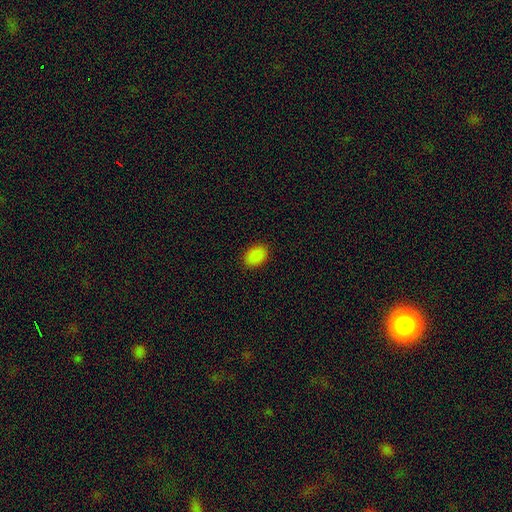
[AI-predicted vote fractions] Smooth or featured? Predicted: smooth (p=0.88). How rounded? Predicted: in between (p=0.81). Merging? Predicted: none (p=0.88).